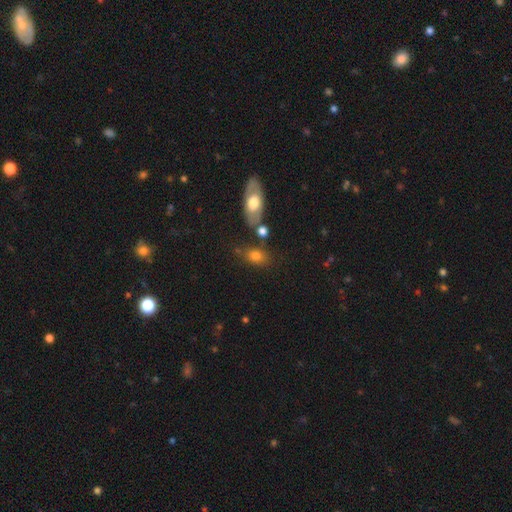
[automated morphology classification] Smooth or featured?
  - smooth: 75% *
  - featured or disk: 15%
  - star or artifact: 9%
How rounded?
  - in between: 77% *
  - round: 19%
  - cigar-shaped: 4%
Merging?
  - none: 65% *
  - minor disturbance: 16%
  - merger: 14%
  - major disturbance: 5%